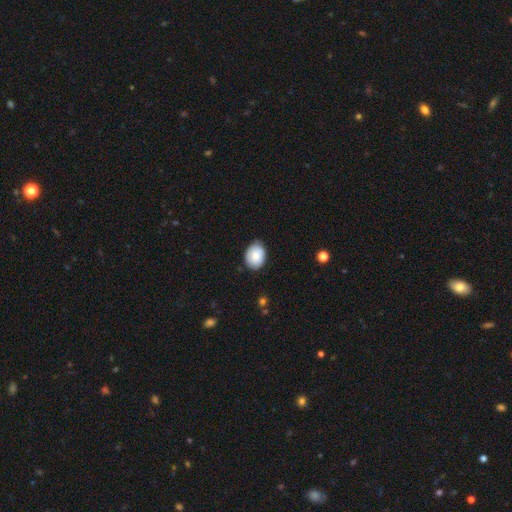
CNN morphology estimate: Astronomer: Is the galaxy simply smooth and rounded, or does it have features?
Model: smooth — 75%.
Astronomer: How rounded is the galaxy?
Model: in between — 64%.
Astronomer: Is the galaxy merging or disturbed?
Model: none — 74%.